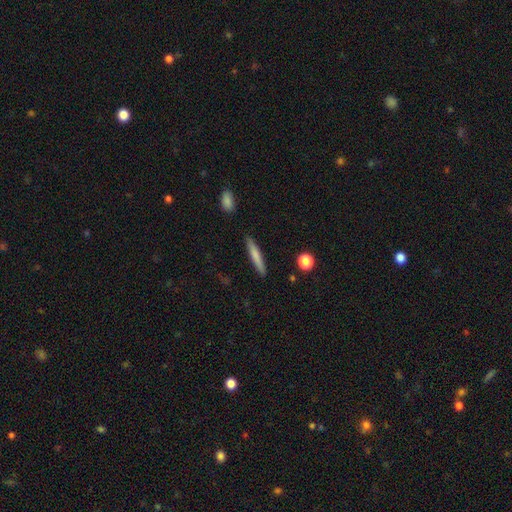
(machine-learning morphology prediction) Smooth or featured?
  - smooth: 72% *
  - featured or disk: 22%
  - star or artifact: 6%
How rounded?
  - cigar-shaped: 93% *
  - in between: 5%
  - round: 1%
Merging?
  - none: 89% *
  - minor disturbance: 8%
  - major disturbance: 2%
  - merger: 2%